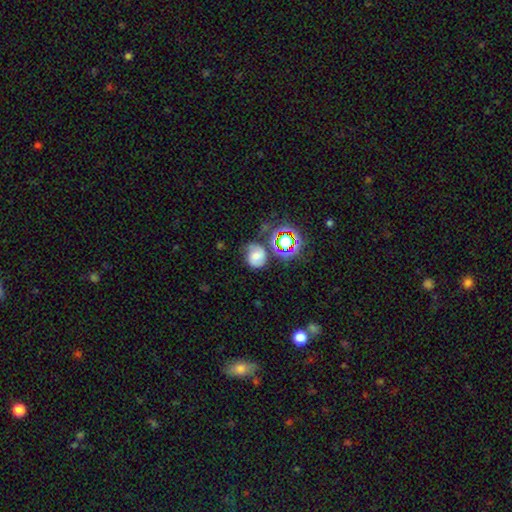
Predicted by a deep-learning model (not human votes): The model was most divided on "smooth or featured": smooth: 49%, featured or disk: 31%, star or artifact: 20%. More confident: merging — none (51%).